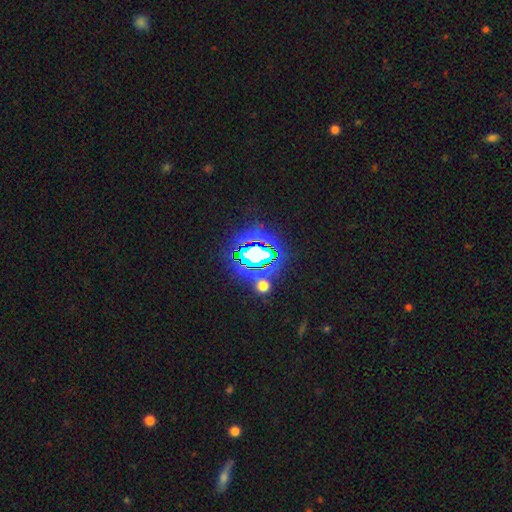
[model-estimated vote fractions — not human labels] star or artifact 77%, smooth 13%, featured or disk 10%.